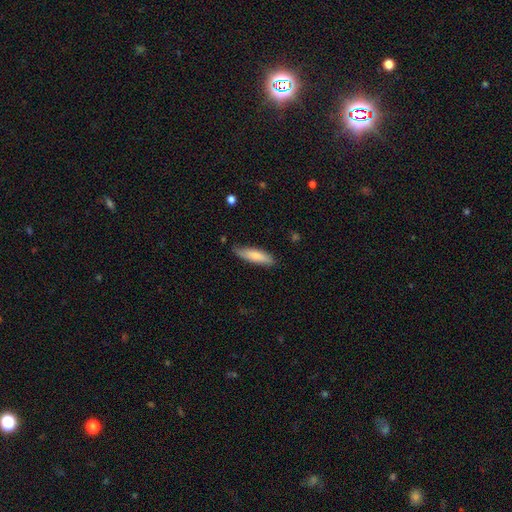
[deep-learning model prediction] This is likely a smooth galaxy (75%). How rounded: likely cigar-shaped (60%). Merging: likely none (74%).